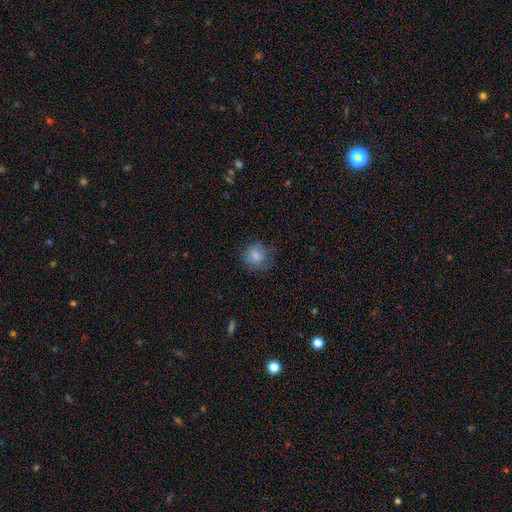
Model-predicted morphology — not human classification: Smooth or featured: smooth — 79% (featured or disk — 11%)
How rounded: round — 75% (in between — 24%)
Merging: none — 69% (minor disturbance — 20%)